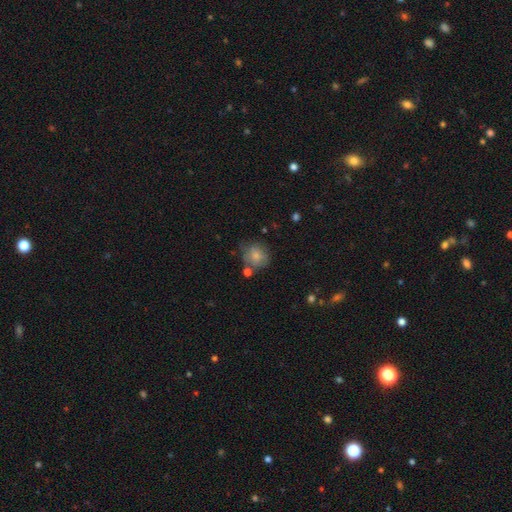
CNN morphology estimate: This appears to be a smooth galaxy with no disk features (76%) that is round (80%). Merging: none (56%).